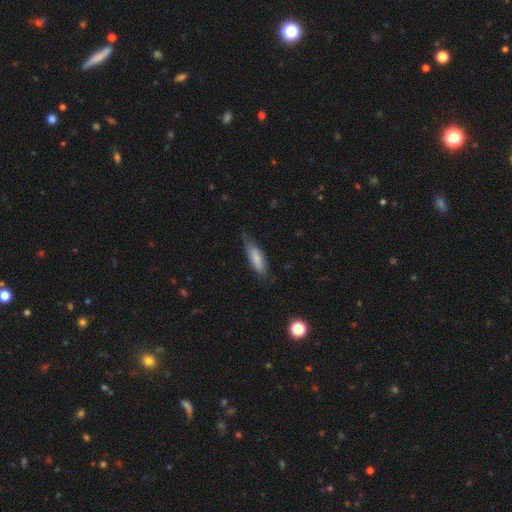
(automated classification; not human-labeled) This is likely a smooth galaxy (72%). How rounded: possibly in between (49%, tied with cigar-shaped). Merging: likely none (63%).